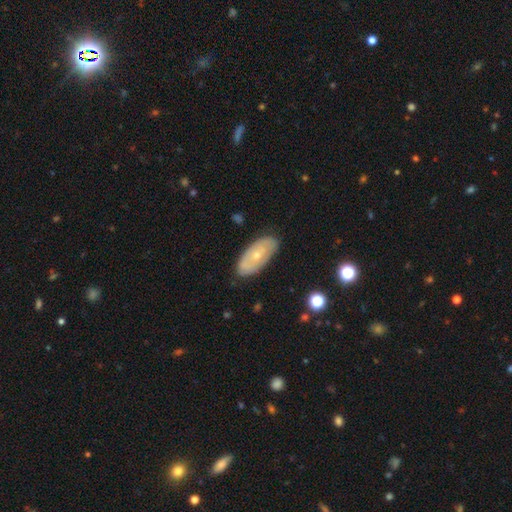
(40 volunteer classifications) A featured or disk galaxy (62%) with no bar (86%), tight (73%) spiral arms (52%) and a small central bulge (81%).

Vote fractions:
- Smooth or featured? featured or disk: 62% / smooth: 32% / star or artifact: 5%
- Edge-on disk? no: 84% / yes: 16%
- Bar? no: 86% / weak: 14% / strong: 0%
- Spiral arms? yes: 52% / no: 48%
- Spiral winding? tight: 73% / loose: 27% / medium: 0%
- Spiral arm count? can't tell: 73% / 2: 27% / 1: 0% / 3: 0% / 4: 0% / more than 4: 0%
- Bulge size? small: 81% / moderate: 19% / dominant: 0% / large: 0% / none: 0%
- Merging? none: 92% / minor disturbance: 8% / major disturbance: 0% / merger: 0%